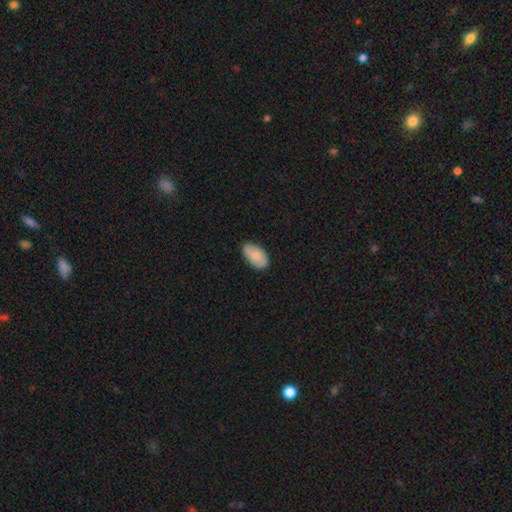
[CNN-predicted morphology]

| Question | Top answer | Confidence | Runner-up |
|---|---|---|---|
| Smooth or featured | smooth | 77% | featured or disk (17%) |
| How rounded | in between | 94% | round (4%) |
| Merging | none | 81% | minor disturbance (16%) |